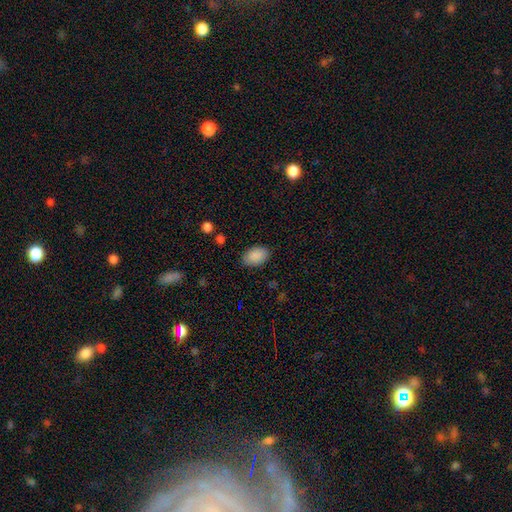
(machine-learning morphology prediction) Smooth or featured? Predicted: smooth (p=0.89). How rounded? Predicted: in between (p=0.91). Merging? Predicted: none (p=0.85).